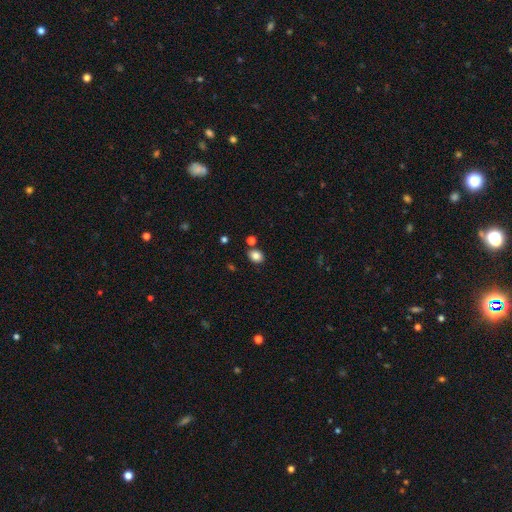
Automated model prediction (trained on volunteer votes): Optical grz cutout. It shows a smooth galaxy with no disk features (83%) that is in between round and cigar-shaped (58%). Merging: none (78%).